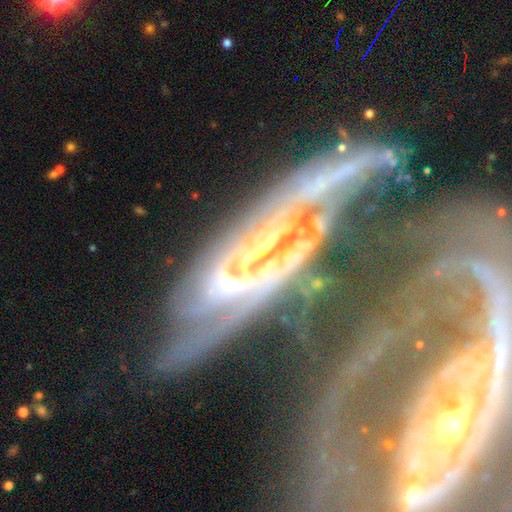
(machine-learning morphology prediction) This is clearly a featured or disk galaxy (81%). It is clearly not viewed edge-on (80%). Bar: marginally no (41%). Spiral arm pattern: clearly yes (84%). Spiral arm count: marginally 2 (42%). Spiral winding: marginally tight (43%). Central bulge: marginally small (41%). Merging: marginally merger (37%).